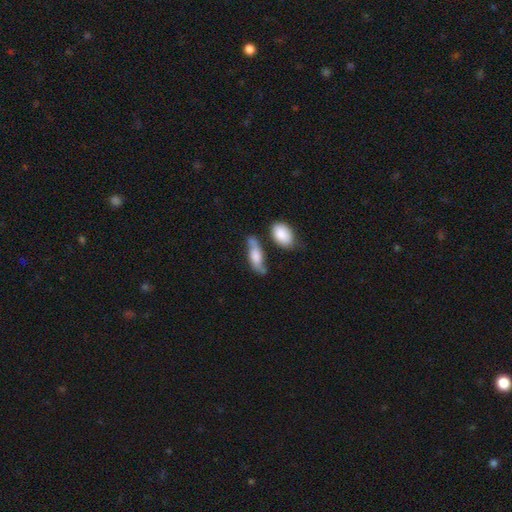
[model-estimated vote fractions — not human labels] Smooth or featured? featured or disk (50%)
Edge-on disk? no (71%)
Merging? none (57%)